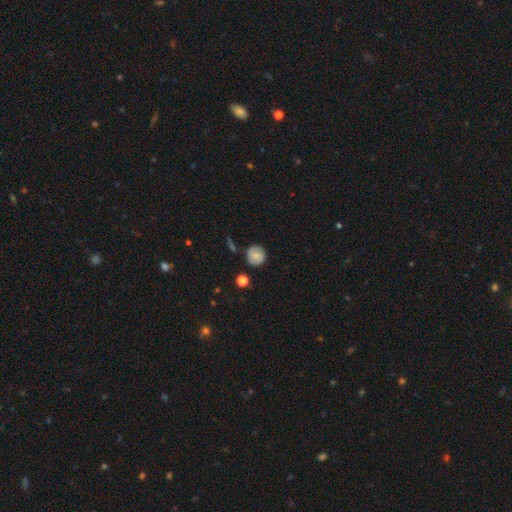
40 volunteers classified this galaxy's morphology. This appears to be a smooth galaxy with no disk features (57%) that is round (100%). Merging: none (91%).